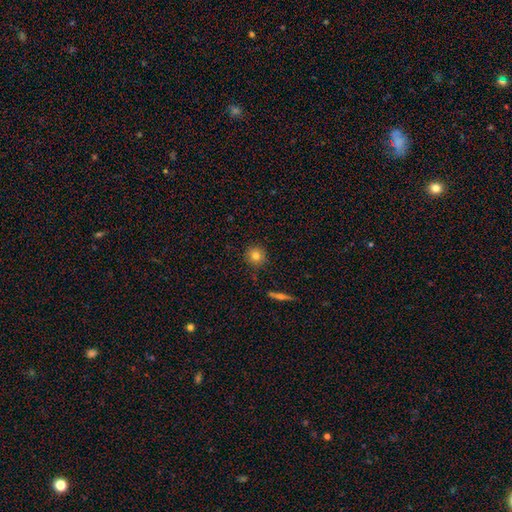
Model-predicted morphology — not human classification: Q: Smooth or featured?
A: smooth (81%); runner-up: star or artifact (10%)
Q: How rounded?
A: round (92%); runner-up: in between (6%)
Q: Merging?
A: none (88%); runner-up: minor disturbance (8%)